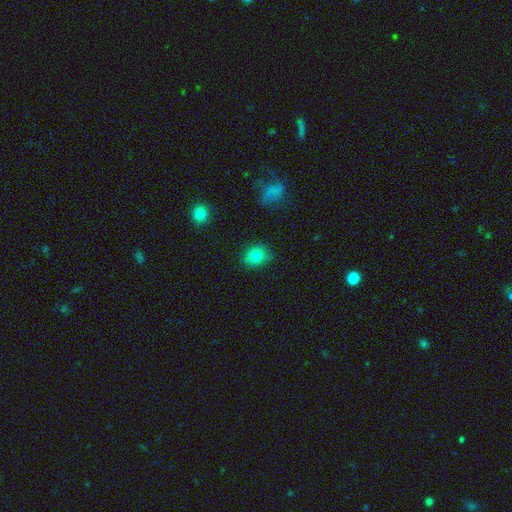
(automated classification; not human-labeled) Overall: smooth (82%). How rounded: round (60%; in between 39%). Merging: none (82%).